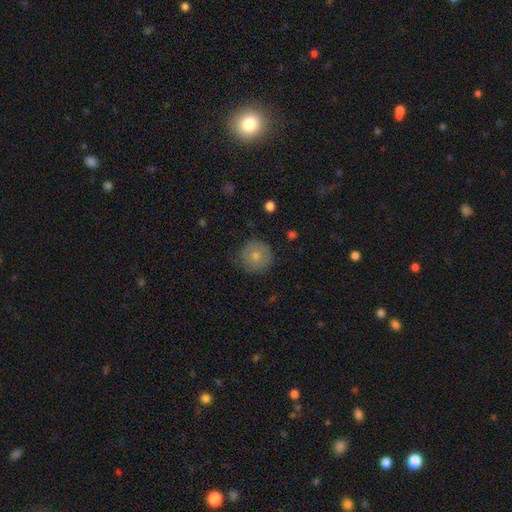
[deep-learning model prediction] This appears to be a smooth galaxy with no disk features (77%) that is round (94%). Merging: none (79%).